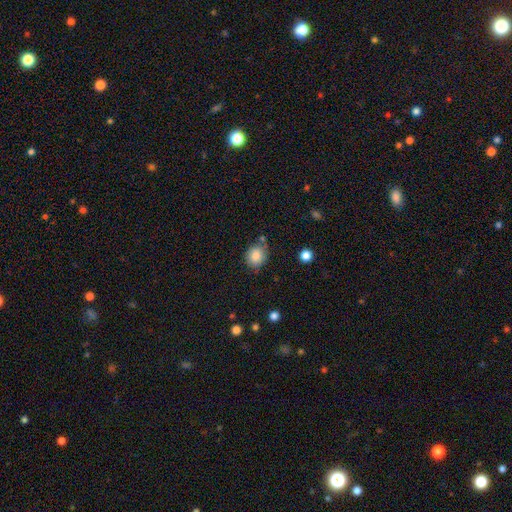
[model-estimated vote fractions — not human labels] This is clearly a smooth galaxy (85%). How rounded: likely round (66%). Merging: likely none (72%).